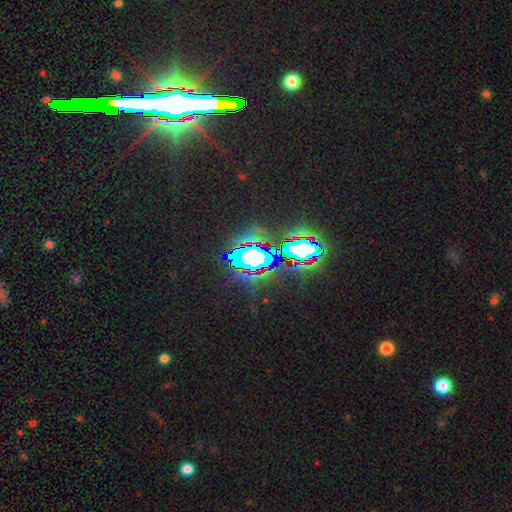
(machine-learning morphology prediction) Smooth or featured? Predicted: star or artifact (p=0.85).